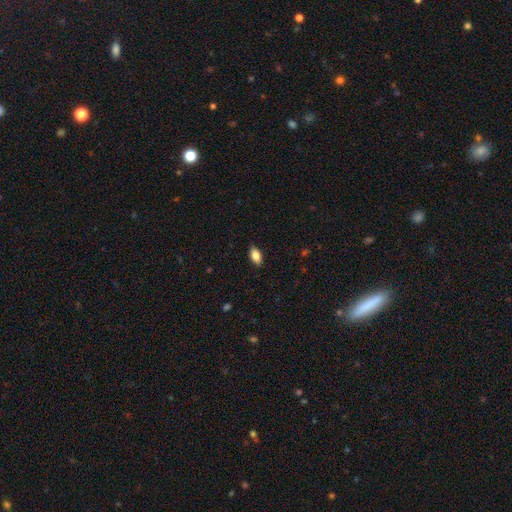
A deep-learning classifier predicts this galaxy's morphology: A smooth galaxy with no disk features (82%) that is in between round and cigar-shaped (90%).

Vote fractions:
- Smooth or featured? smooth: 82% / featured or disk: 10% / star or artifact: 8%
- How rounded? in between: 90% / cigar-shaped: 5% / round: 5%
- Merging? none: 87% / minor disturbance: 10% / major disturbance: 2% / merger: 1%